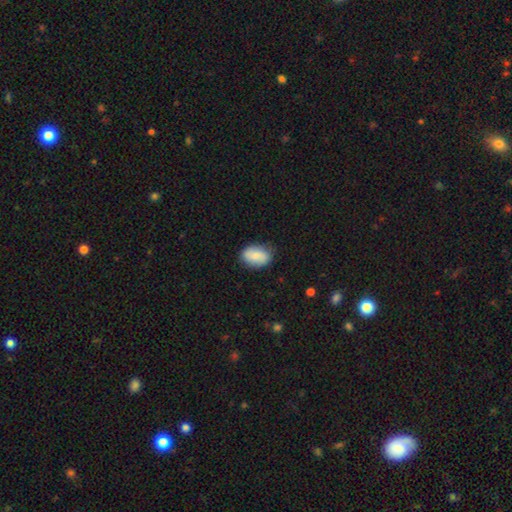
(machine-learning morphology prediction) A smooth galaxy with no disk features (73%) that is in between round and cigar-shaped (80%).

Vote fractions:
- Smooth or featured? smooth: 73% / featured or disk: 20% / star or artifact: 7%
- How rounded? in between: 80% / round: 18% / cigar-shaped: 1%
- Merging? none: 79% / minor disturbance: 16% / major disturbance: 3% / merger: 1%